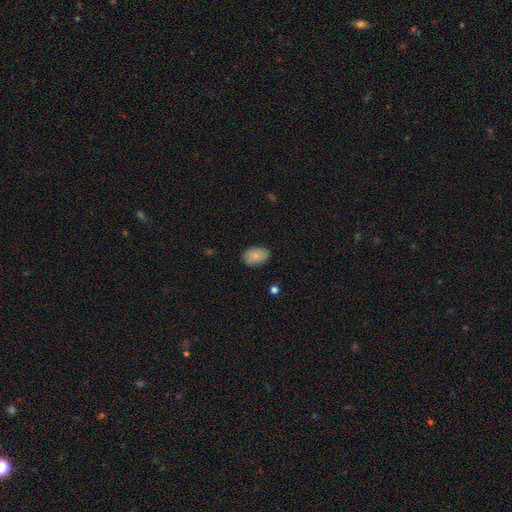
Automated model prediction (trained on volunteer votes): Smooth or featured?
  - smooth: 83% *
  - featured or disk: 10%
  - star or artifact: 7%
How rounded?
  - in between: 83% *
  - round: 16%
  - cigar-shaped: 1%
Merging?
  - none: 81% *
  - minor disturbance: 15%
  - major disturbance: 3%
  - merger: 1%